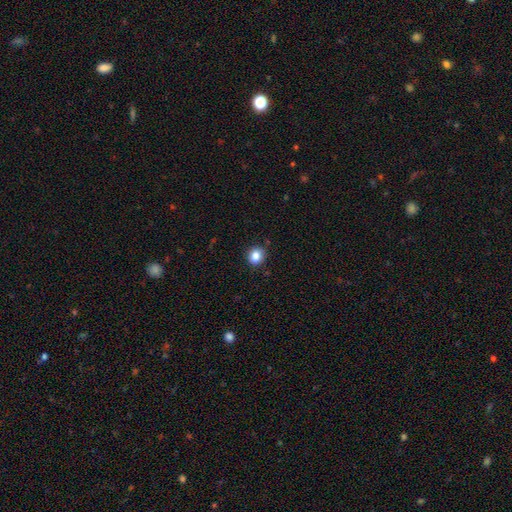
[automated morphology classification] Smooth or featured: smooth — 85% (star or artifact — 10%)
How rounded: round — 81% (in between — 18%)
Merging: none — 88% (minor disturbance — 8%)